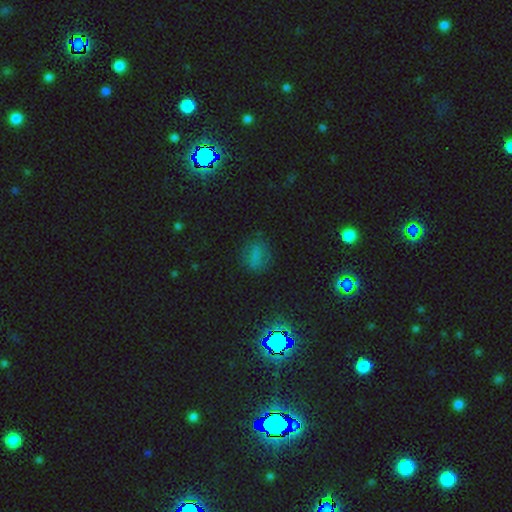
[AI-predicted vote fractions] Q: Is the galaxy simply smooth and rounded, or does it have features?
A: smooth — 56%.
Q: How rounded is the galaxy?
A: in between — 57%.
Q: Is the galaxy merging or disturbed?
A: none — 74%.